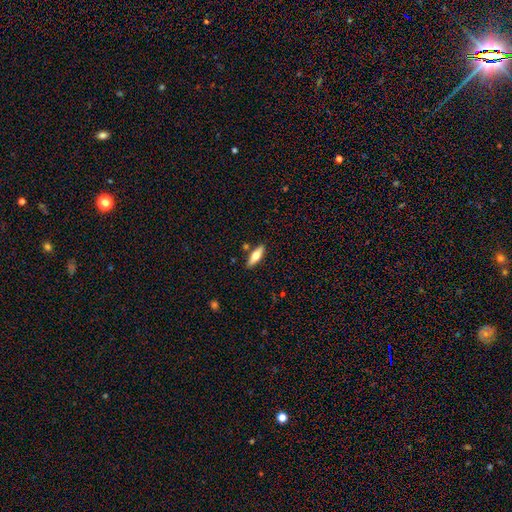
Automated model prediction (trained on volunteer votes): This is possibly a smooth galaxy (59%). How rounded: possibly in between (51%). Merging: clearly none (84%).